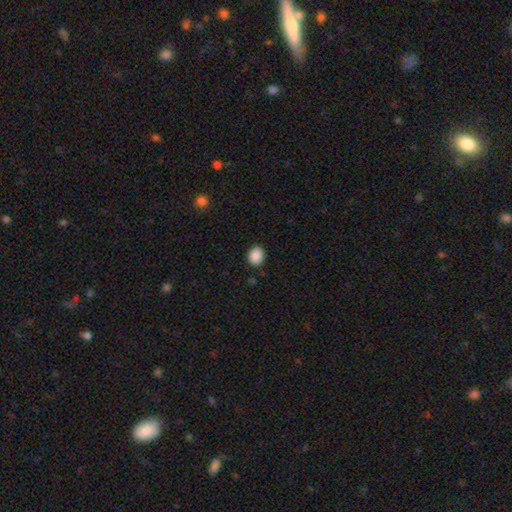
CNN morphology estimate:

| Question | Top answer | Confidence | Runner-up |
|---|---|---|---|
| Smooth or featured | smooth | 89% | star or artifact (9%) |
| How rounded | round | 68% | in between (31%) |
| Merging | none | 88% | minor disturbance (9%) |